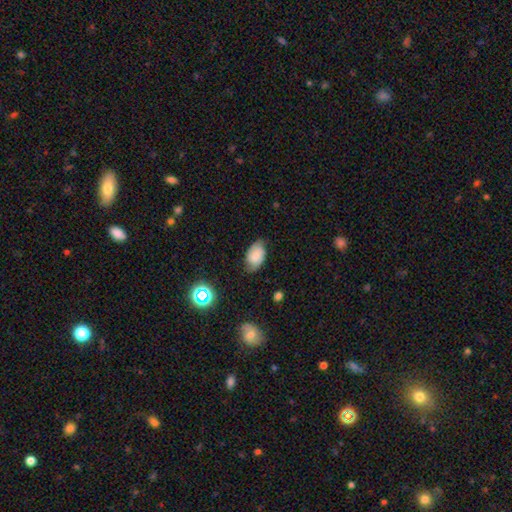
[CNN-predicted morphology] A smooth galaxy with no disk features (70%) that is in between round and cigar-shaped (92%).

Vote fractions:
- Smooth or featured? smooth: 70% / featured or disk: 19% / star or artifact: 11%
- How rounded? in between: 92% / round: 7% / cigar-shaped: 2%
- Merging? none: 71% / minor disturbance: 23% / major disturbance: 5% / merger: 1%